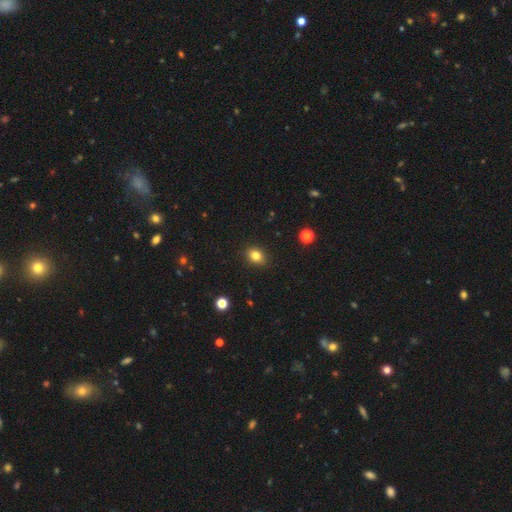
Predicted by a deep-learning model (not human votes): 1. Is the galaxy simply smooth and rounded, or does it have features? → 82% smooth, 12% star or artifact, 6% featured or disk.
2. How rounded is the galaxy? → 50% in between, 49% round, 1% cigar-shaped.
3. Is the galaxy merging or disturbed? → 89% none, 8% minor disturbance, 2% major disturbance, 1% merger.